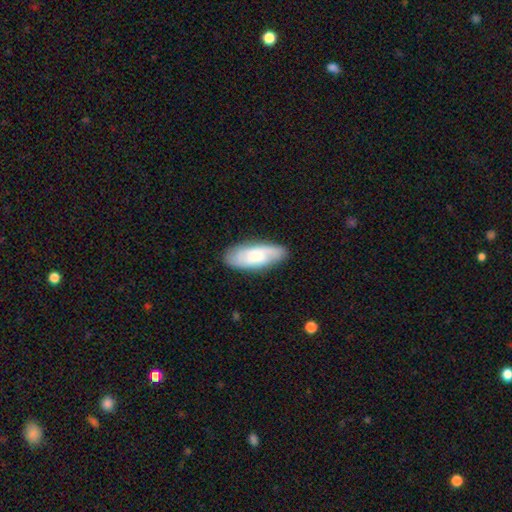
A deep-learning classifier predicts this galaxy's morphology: smooth_or_featured: smooth (p=0.61) [alt: featured or disk p=0.32]
how_rounded: in between (p=0.73) [alt: cigar-shaped p=0.25]
merging: none (p=0.83) [alt: minor disturbance p=0.13]